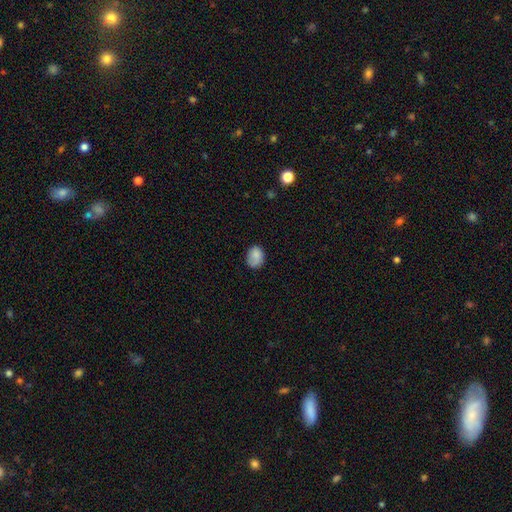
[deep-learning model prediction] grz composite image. It shows a smooth galaxy with no disk features (82%) that is in between round and cigar-shaped (58%). Merging: none (66%).